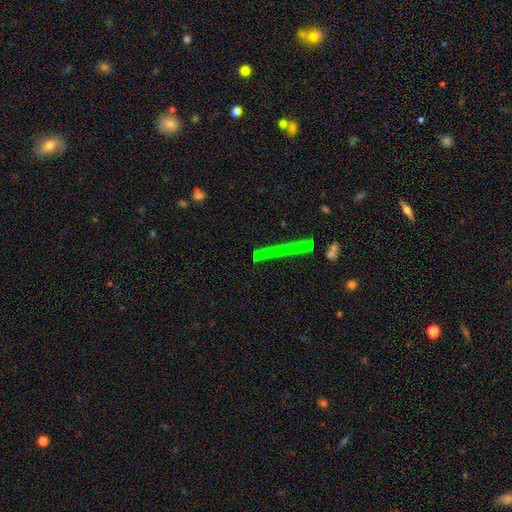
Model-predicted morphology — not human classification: type=star or artifact (67%).